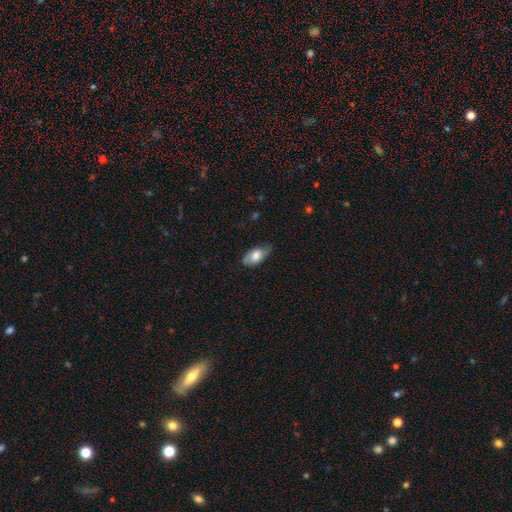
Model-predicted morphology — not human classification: Q: Smooth or featured?
A: smooth (70%); runner-up: featured or disk (23%)
Q: How rounded?
A: in between (91%); runner-up: cigar-shaped (5%)
Q: Merging?
A: none (66%); runner-up: minor disturbance (28%)